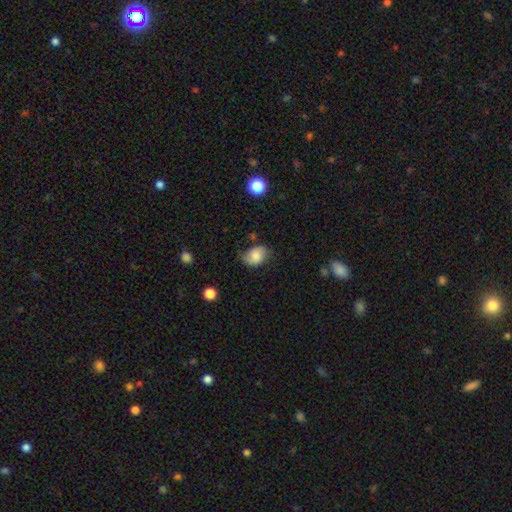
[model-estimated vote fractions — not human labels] smooth-or-featured: smooth: 66% | featured or disk: 25% | star or artifact: 9%
  how-rounded: in between: 65% | round: 34% | cigar-shaped: 1%
  merging: none: 56% | minor disturbance: 32% | major disturbance: 10% | merger: 2%